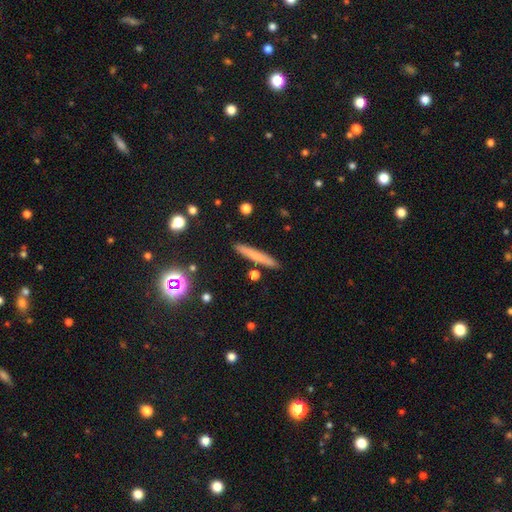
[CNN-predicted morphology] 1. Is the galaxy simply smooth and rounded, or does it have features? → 66% smooth, 25% featured or disk, 10% star or artifact.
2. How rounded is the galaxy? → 95% cigar-shaped, 4% in between, 2% round.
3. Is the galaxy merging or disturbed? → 88% none, 7% minor disturbance, 3% merger, 2% major disturbance.